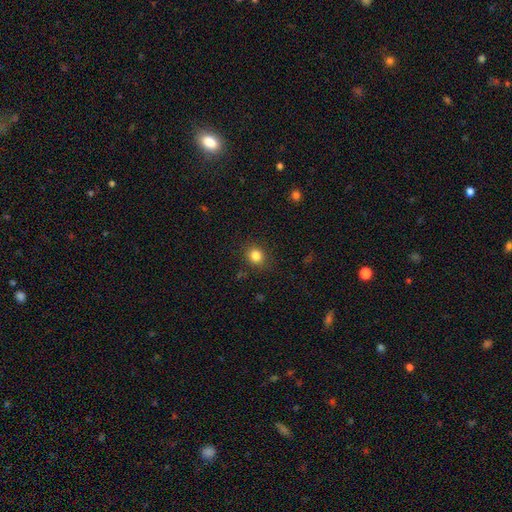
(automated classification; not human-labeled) smooth_or_featured: smooth (p=0.84) [alt: star or artifact p=0.11]
how_rounded: round (p=0.79) [alt: in between p=0.20]
merging: none (p=0.87) [alt: minor disturbance p=0.09]